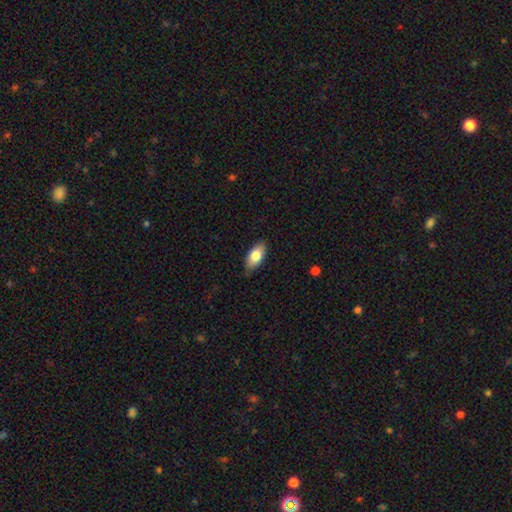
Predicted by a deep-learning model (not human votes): A smooth galaxy with no disk features (78%) that is in between round and cigar-shaped (91%). Merging: none (82%).